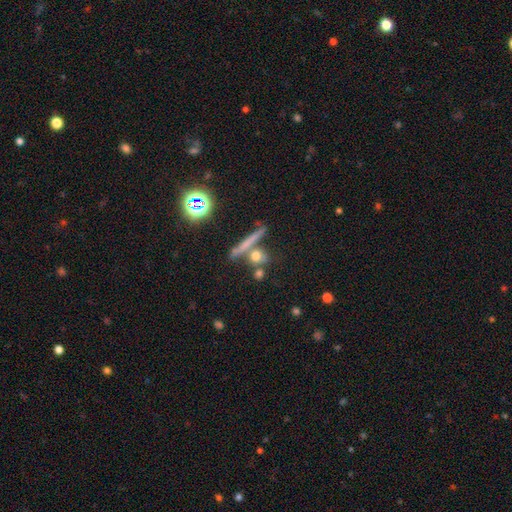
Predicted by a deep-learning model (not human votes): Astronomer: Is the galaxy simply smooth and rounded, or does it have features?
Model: smooth — 59%.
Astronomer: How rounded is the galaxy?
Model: round — 51% (runner-up: cigar-shaped, 35%).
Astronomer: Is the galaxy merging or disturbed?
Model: none — 65%.